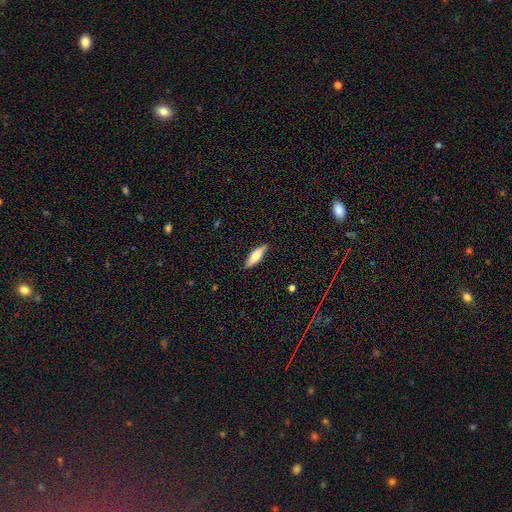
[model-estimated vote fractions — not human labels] A smooth galaxy with no disk features (69%) that is in between round and cigar-shaped (49%, tied with cigar-shaped).

Vote fractions:
- Smooth or featured? smooth: 69% / featured or disk: 25% / star or artifact: 6%
- How rounded? in between: 49% (tied) / cigar-shaped: 49% (tied) / round: 2%
- Merging? none: 85% / minor disturbance: 12% / major disturbance: 2% / merger: 1%